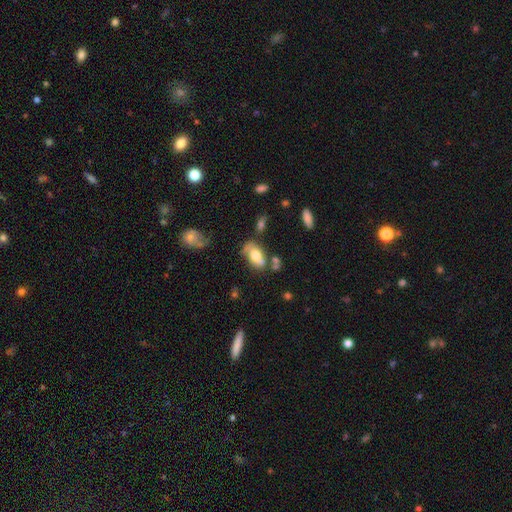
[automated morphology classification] type=smooth (58%); roundness=in between (87%); merging=none (41%).